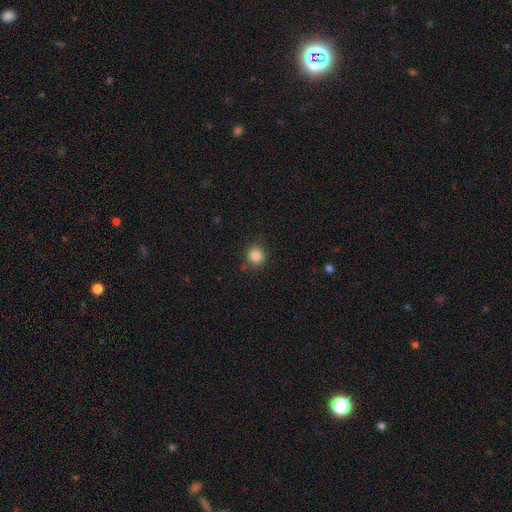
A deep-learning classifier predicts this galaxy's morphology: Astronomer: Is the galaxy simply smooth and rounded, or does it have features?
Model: smooth — 85%.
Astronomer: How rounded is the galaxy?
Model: round — 90%.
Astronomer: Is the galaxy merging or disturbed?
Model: none — 87%.